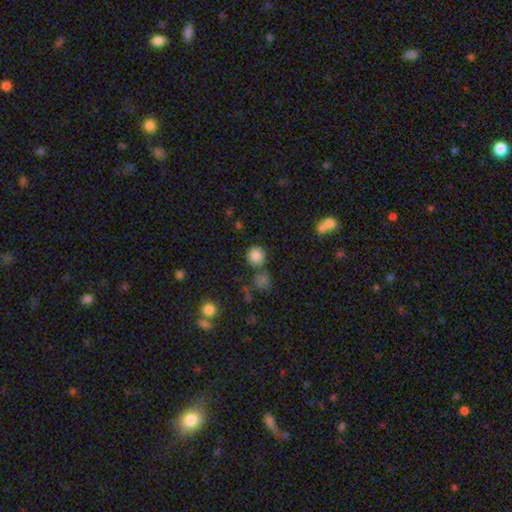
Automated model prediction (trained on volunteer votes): A smooth galaxy with no disk features (83%) that is round (90%). Merging: none (72%).